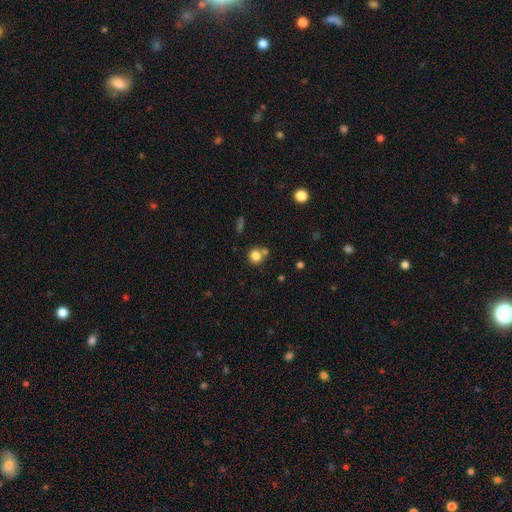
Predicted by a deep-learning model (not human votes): Smooth or featured? Predicted: smooth (p=0.81). How rounded? Predicted: round (p=0.89). Merging? Predicted: none (p=0.63).